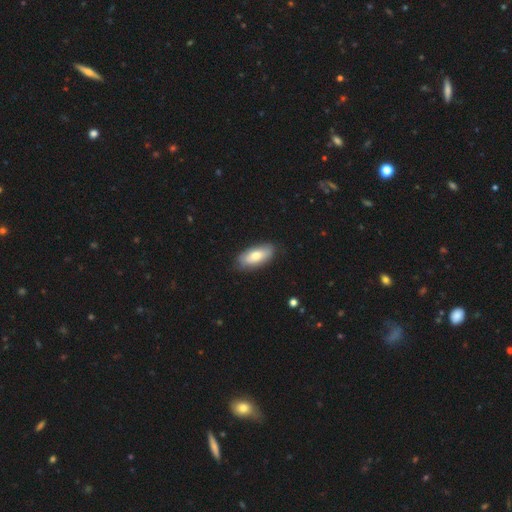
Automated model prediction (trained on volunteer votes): A smooth galaxy with no disk features (72%) that is in between round and cigar-shaped (88%). Merging: none (84%).